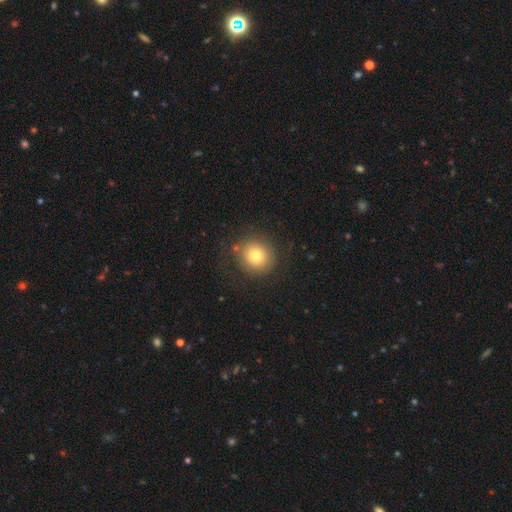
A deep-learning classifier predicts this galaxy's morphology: Smooth or featured?
  - smooth: 74% *
  - featured or disk: 14%
  - star or artifact: 11%
How rounded?
  - round: 89% *
  - in between: 10%
  - cigar-shaped: 1%
Merging?
  - none: 82% *
  - minor disturbance: 11%
  - major disturbance: 6%
  - merger: 2%